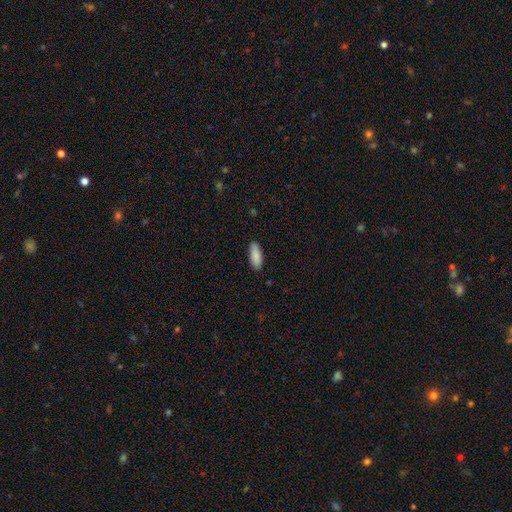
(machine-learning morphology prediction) Q: Smooth or featured?
A: smooth (89%); runner-up: star or artifact (6%)
Q: How rounded?
A: in between (74%); runner-up: cigar-shaped (24%)
Q: Merging?
A: none (86%); runner-up: minor disturbance (11%)